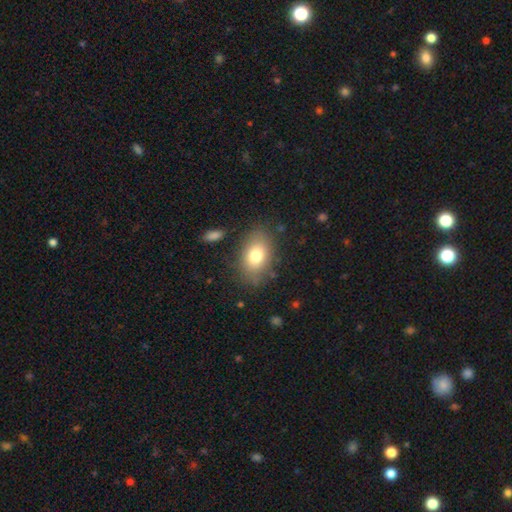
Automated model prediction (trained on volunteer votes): A smooth galaxy with no disk features (77%) that is in between round and cigar-shaped (84%). Merging: none (80%).